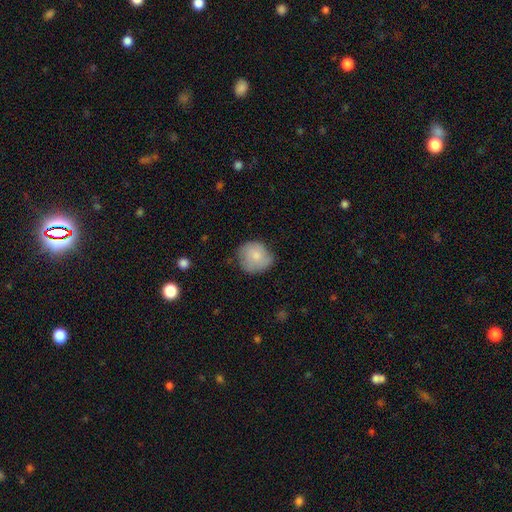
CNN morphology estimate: Q: Smooth or featured?
A: smooth (74%); runner-up: featured or disk (19%)
Q: How rounded?
A: round (83%); runner-up: in between (16%)
Q: Merging?
A: none (63%); runner-up: minor disturbance (29%)